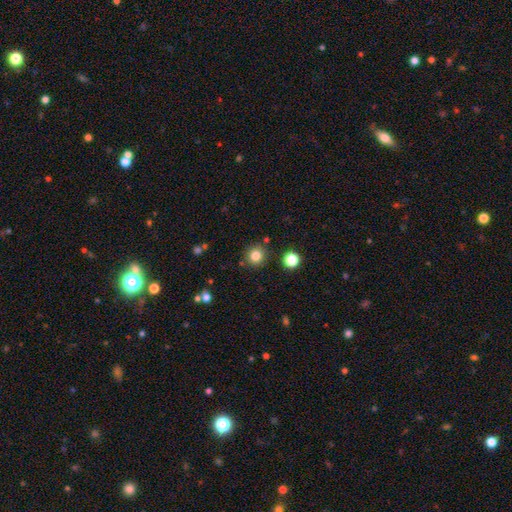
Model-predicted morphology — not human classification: smooth-or-featured: smooth: 82% | star or artifact: 12% | featured or disk: 6%
  how-rounded: round: 90% | in between: 9% | cigar-shaped: 1%
  merging: none: 85% | minor disturbance: 8% | merger: 4% | major disturbance: 3%